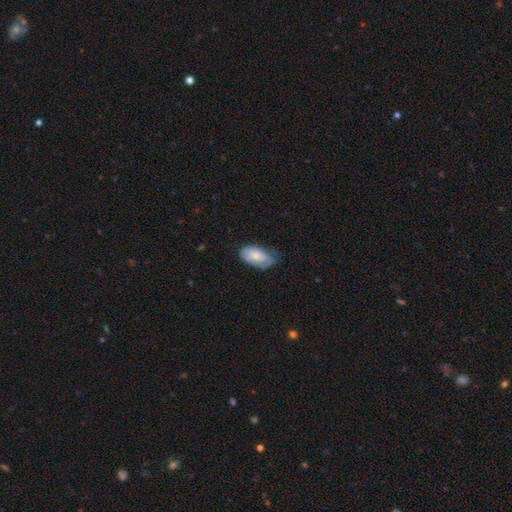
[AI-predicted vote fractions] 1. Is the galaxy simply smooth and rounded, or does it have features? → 69% smooth, 25% featured or disk, 6% star or artifact.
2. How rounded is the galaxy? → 94% in between, 3% round, 3% cigar-shaped.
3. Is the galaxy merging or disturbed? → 52% none, 36% minor disturbance, 11% major disturbance, 2% merger.